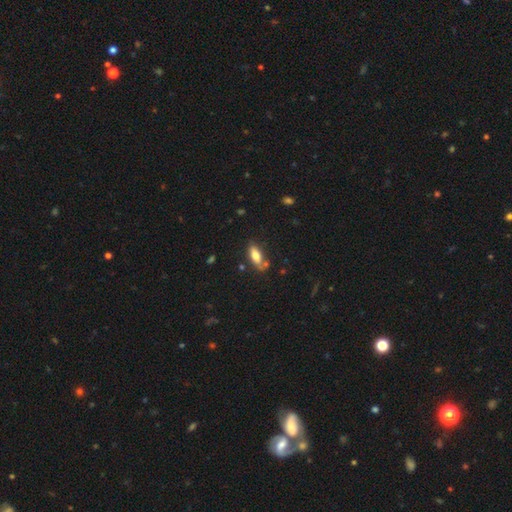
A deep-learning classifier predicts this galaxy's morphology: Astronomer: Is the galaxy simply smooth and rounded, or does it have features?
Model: smooth — 73%.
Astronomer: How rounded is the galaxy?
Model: in between — 80%.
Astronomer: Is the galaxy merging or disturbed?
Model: none — 64%.